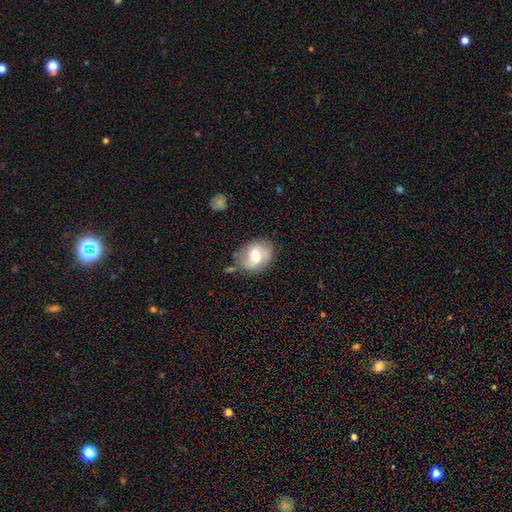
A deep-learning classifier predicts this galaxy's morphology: The model was most divided on "how rounded": in between: 54%, round: 45%, cigar-shaped: 1%. More confident: merging — none (70%); smooth or featured — smooth (59%).